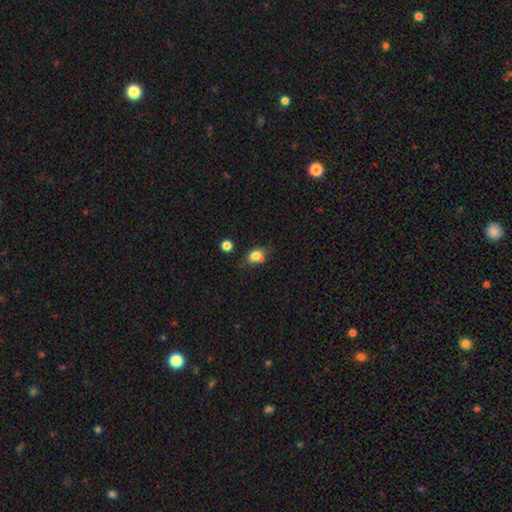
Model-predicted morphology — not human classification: This is likely a smooth galaxy (77%). How rounded: possibly in between (55%). Merging: possibly none (48%).